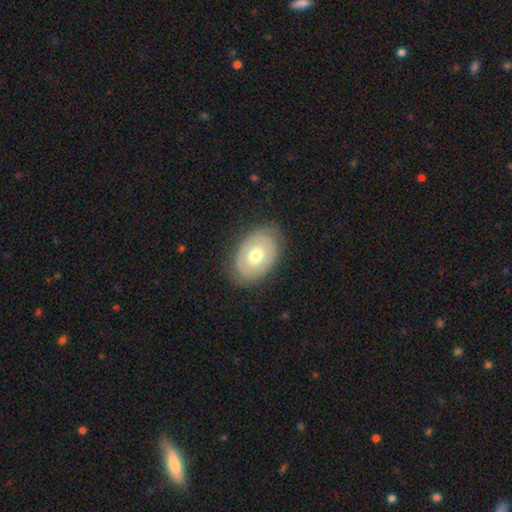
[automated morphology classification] Smooth or featured?
  - smooth: 53% *
  - featured or disk: 41%
  - star or artifact: 6%
How rounded?
  - in between: 79% *
  - round: 20%
  - cigar-shaped: 1%
Merging?
  - none: 82% *
  - minor disturbance: 13%
  - major disturbance: 4%
  - merger: 1%